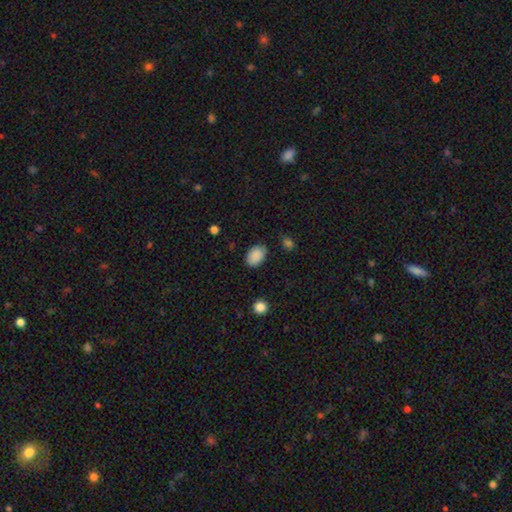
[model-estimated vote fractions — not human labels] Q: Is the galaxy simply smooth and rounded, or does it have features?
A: smooth — 89%.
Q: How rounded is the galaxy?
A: in between — 82%.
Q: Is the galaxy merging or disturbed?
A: none — 79%.